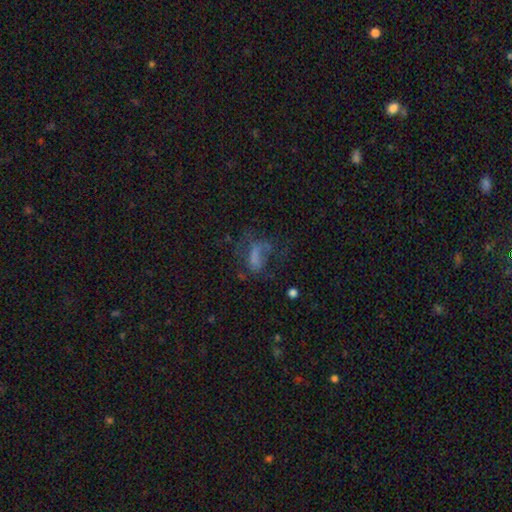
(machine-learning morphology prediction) smooth 46%, featured or disk 33%, star or artifact 21%. Down the decision tree: merging — major disturbance (45%).